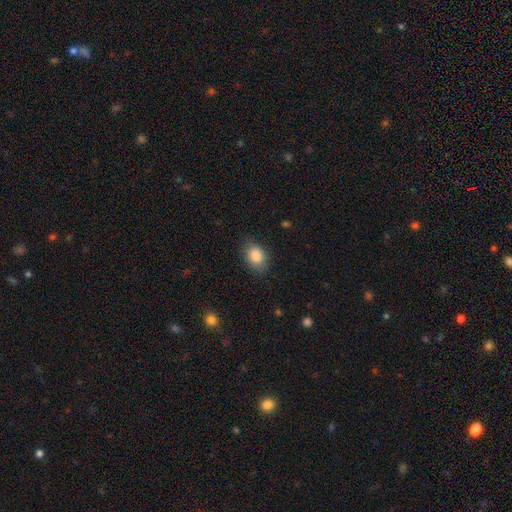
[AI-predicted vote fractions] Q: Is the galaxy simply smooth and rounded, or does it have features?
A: smooth — 86%.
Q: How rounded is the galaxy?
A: in between — 77%.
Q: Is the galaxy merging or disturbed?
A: none — 82%.